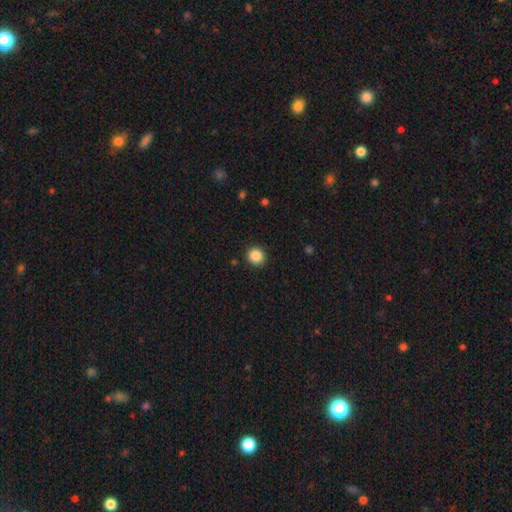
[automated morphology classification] This is clearly a smooth galaxy (87%). How rounded: clearly round (92%). Merging: clearly none (92%).